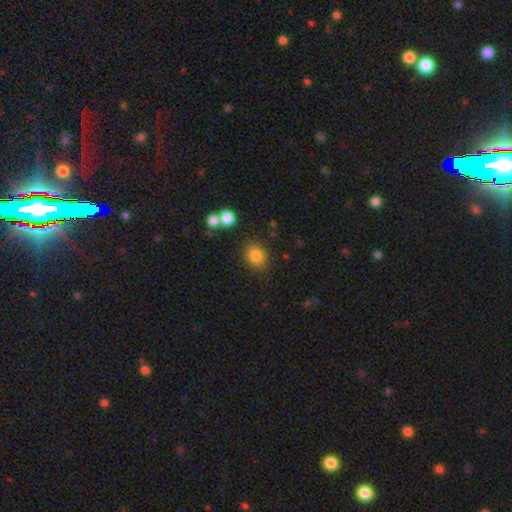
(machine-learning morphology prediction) Q: Smooth or featured?
A: smooth (83%); runner-up: star or artifact (10%)
Q: How rounded?
A: round (65%); runner-up: in between (34%)
Q: Merging?
A: none (80%); runner-up: minor disturbance (12%)